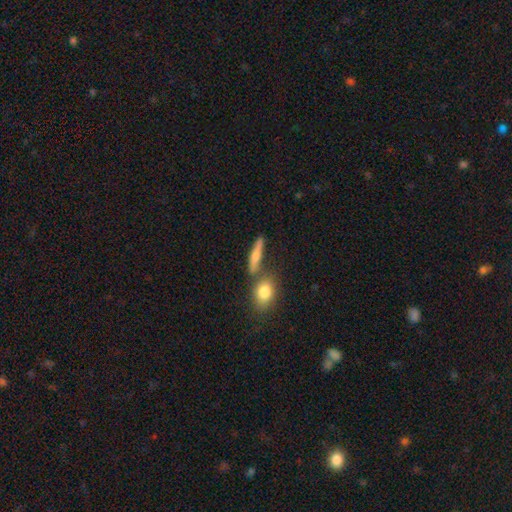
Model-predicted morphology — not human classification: Smooth or featured? Predicted: smooth (p=0.58). How rounded? Predicted: cigar-shaped (p=0.68). Merging? Predicted: none (p=0.65).